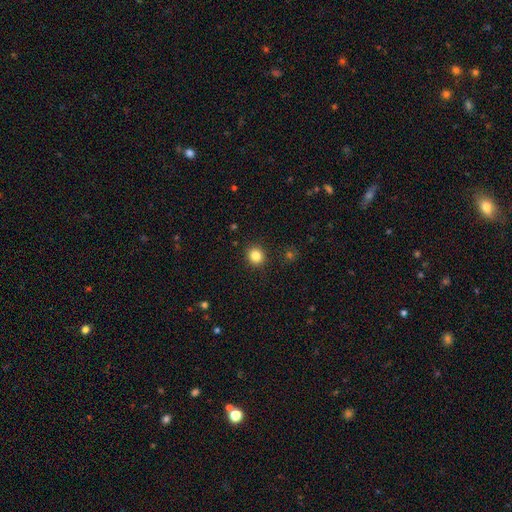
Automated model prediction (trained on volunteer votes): Smooth or featured? Predicted: smooth (p=0.84). How rounded? Predicted: round (p=0.84). Merging? Predicted: none (p=0.91).